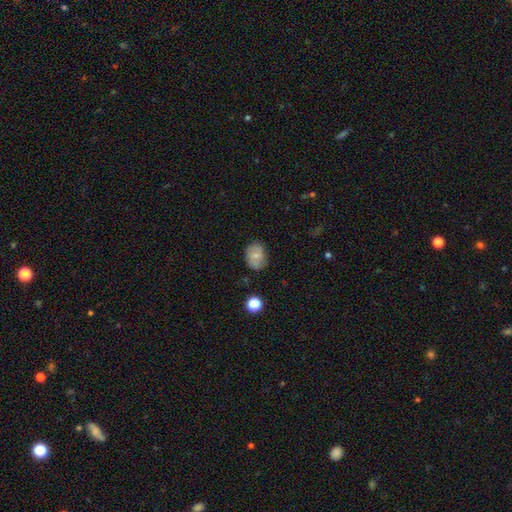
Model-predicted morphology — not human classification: Overall: smooth (68%). How rounded: in between (54%; round 45%). Merging: none (78%).